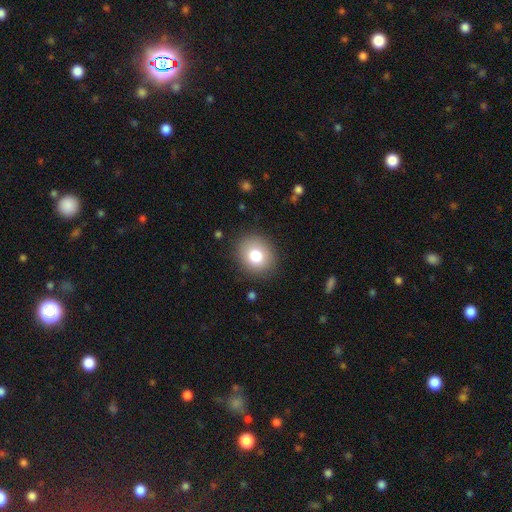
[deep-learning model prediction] Morphology: type=smooth (79%); roundness=round (73%); merging=none (88%).